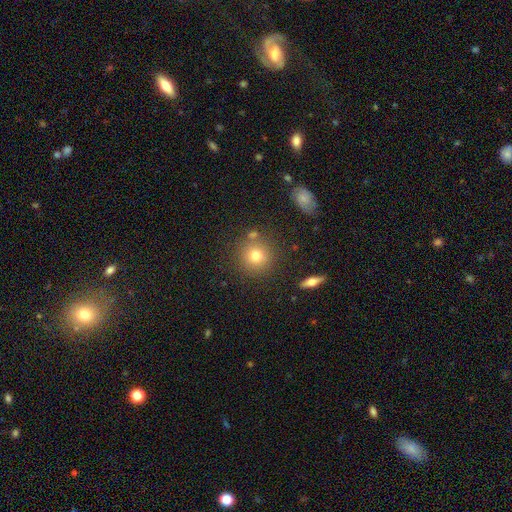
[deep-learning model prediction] Smooth or featured?
  - smooth: 75% *
  - star or artifact: 13%
  - featured or disk: 11%
How rounded?
  - round: 92% *
  - in between: 7%
  - cigar-shaped: 1%
Merging?
  - none: 80% *
  - minor disturbance: 9%
  - merger: 8%
  - major disturbance: 3%